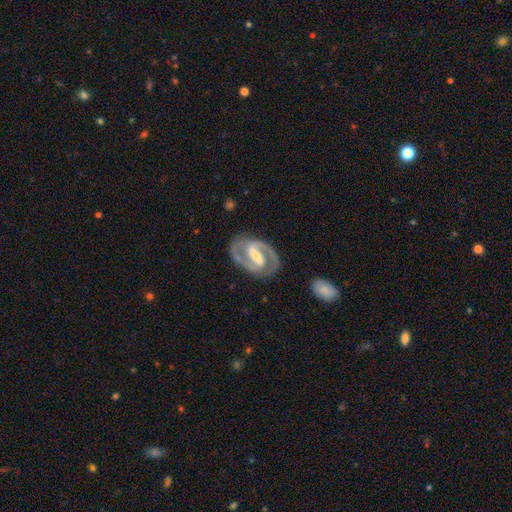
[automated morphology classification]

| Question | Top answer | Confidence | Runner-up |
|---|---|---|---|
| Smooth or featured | featured or disk | 91% | smooth (5%) |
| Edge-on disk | no | 98% | yes (2%) |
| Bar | strong | 66% | weak (26%) |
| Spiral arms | yes | 97% | no (3%) |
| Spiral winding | medium | 56% | tight (34%) |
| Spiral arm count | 2 | 94% | can't tell (2%) |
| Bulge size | small | 46% | moderate (40%) |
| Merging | none | 84% | minor disturbance (10%) |